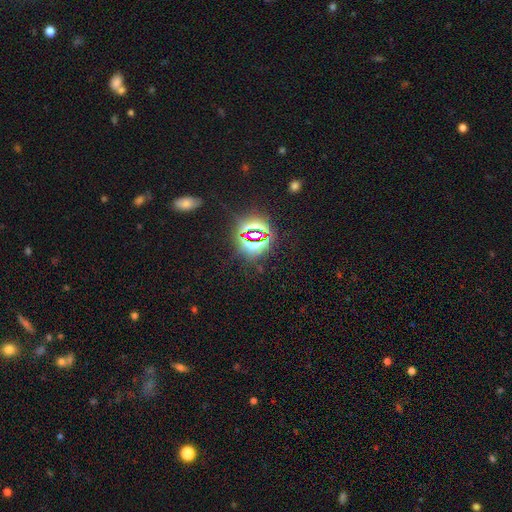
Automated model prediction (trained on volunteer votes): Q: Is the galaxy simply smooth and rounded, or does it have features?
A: star or artifact — 80%.